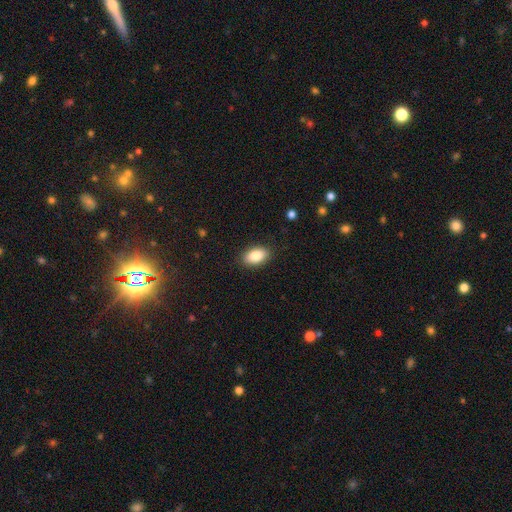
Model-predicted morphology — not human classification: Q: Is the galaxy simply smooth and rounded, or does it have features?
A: smooth — 87%.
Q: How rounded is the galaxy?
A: in between — 92%.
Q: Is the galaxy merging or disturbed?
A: none — 88%.